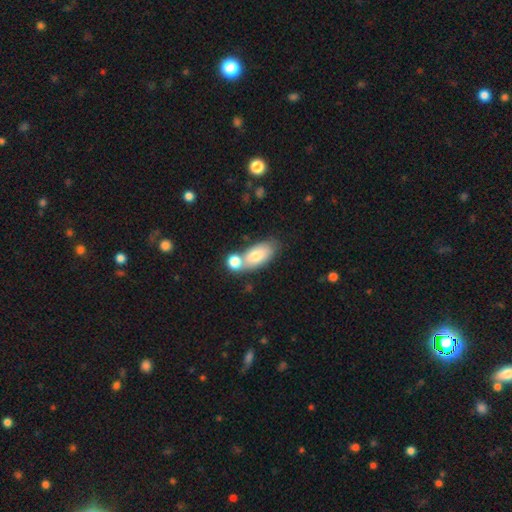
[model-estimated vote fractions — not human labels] This appears to be a smooth galaxy with no disk features (75%) that is in between round and cigar-shaped (89%). Merging: none (46%).